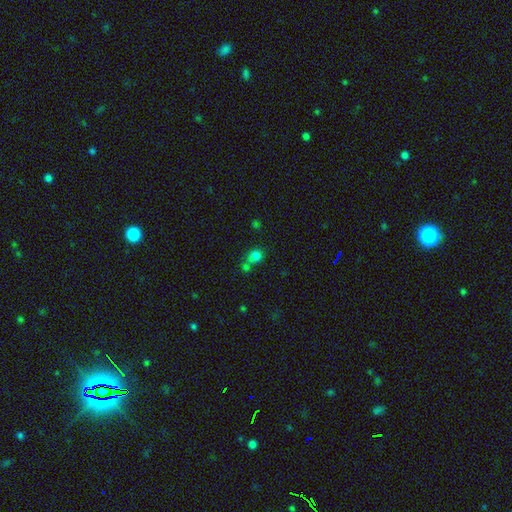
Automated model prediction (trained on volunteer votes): Morphology: type=smooth (78%); roundness=round (73%); merging=none (47%).